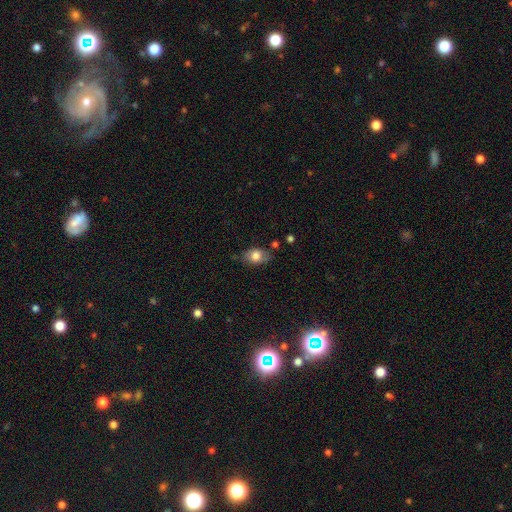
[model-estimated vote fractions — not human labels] A smooth galaxy with no disk features (76%) that is in between round and cigar-shaped (81%). Merging: none (71%).